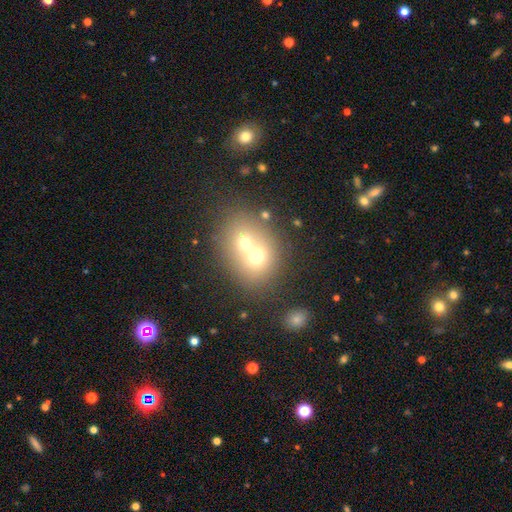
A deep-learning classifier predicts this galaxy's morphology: Smooth or featured? Predicted: smooth (p=0.62). How rounded? Predicted: round (p=0.63). Merging? Predicted: merger (p=0.69).